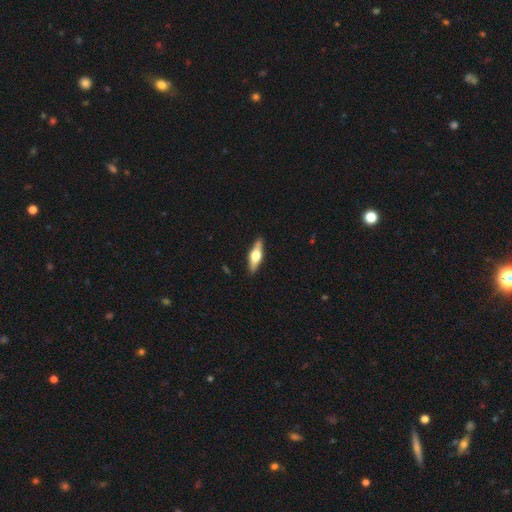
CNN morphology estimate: smooth-or-featured: featured or disk: 54% | smooth: 41% | star or artifact: 6%
  disk-edge-on: yes: 93% | no: 7%
    edge-on-bulge: rounded: 94% | boxy: 4% | none: 2%
  merging: none: 89% | minor disturbance: 9% | major disturbance: 2% | merger: 1%